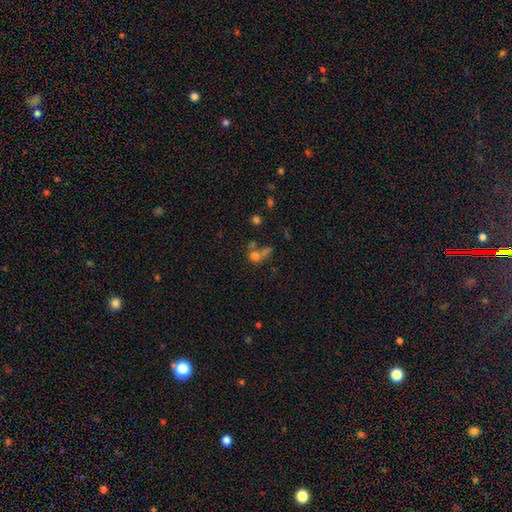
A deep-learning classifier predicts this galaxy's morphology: The model was most divided on "merging": merger: 46%, none: 33%, major disturbance: 11%, minor disturbance: 10%. More confident: how rounded — round (68%); smooth or featured — smooth (64%).